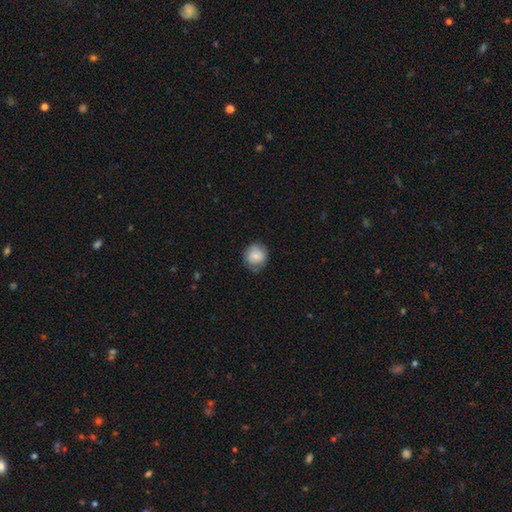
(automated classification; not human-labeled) smooth 74%, featured or disk 19%, star or artifact 8%. Down the decision tree: how rounded — round (87%); merging — none (73%).